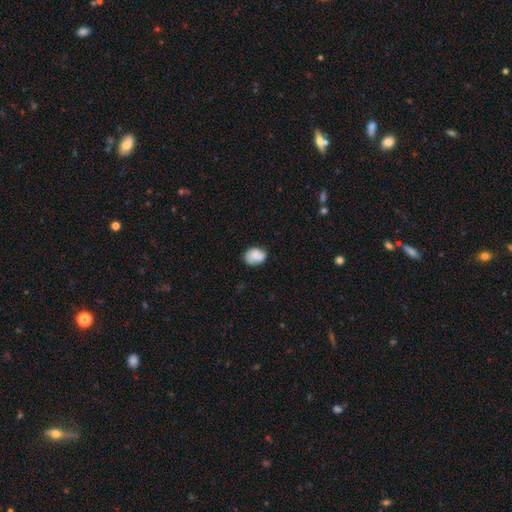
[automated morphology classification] Q: Smooth or featured?
A: smooth (79%); runner-up: featured or disk (13%)
Q: How rounded?
A: in between (63%); runner-up: round (36%)
Q: Merging?
A: none (65%); runner-up: minor disturbance (26%)